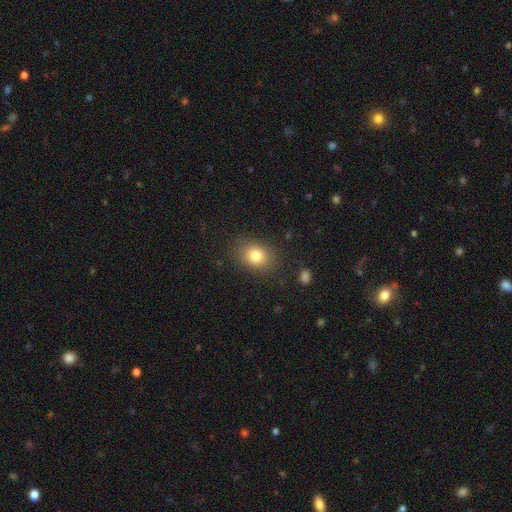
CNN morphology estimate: smooth 80%, star or artifact 11%, featured or disk 9%. Down the decision tree: how rounded — in between (53%); merging — none (84%).